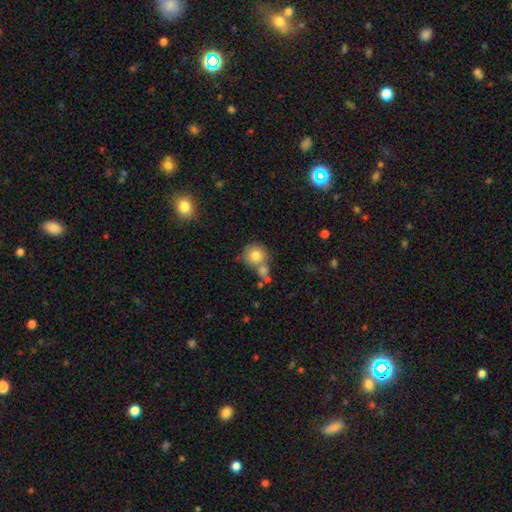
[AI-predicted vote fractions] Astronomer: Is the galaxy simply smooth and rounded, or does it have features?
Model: smooth — 78%.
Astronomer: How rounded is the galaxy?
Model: round — 89%.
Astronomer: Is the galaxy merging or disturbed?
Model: none — 53% (runner-up: merger, 29%).